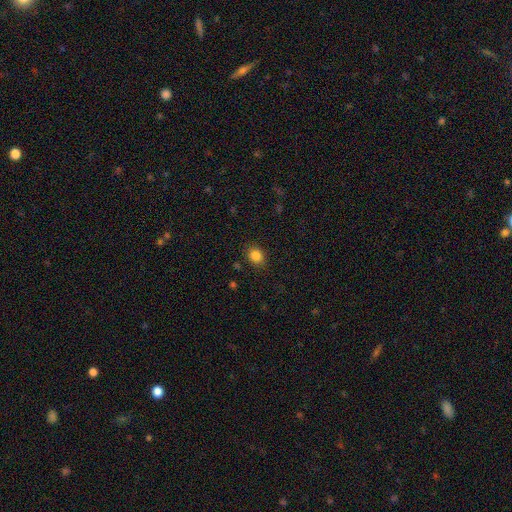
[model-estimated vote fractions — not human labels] This appears to be a smooth galaxy with no disk features (84%) that is round (60%). Merging: none (85%).